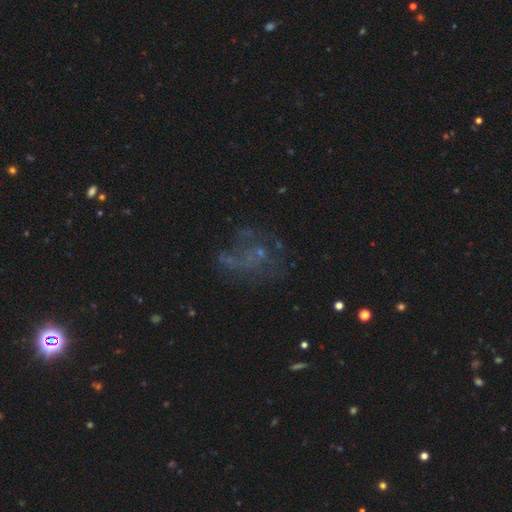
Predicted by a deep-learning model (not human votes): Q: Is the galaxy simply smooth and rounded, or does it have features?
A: featured or disk — 51%.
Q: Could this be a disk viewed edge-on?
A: no — 97%.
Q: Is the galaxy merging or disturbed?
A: none — 44%.